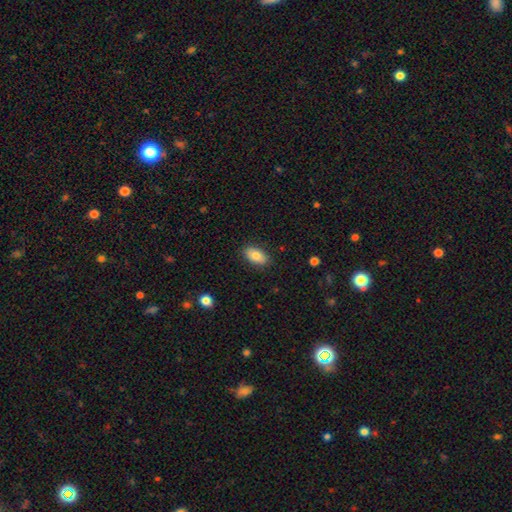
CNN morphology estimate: Smooth or featured? Predicted: smooth (p=0.83). How rounded? Predicted: in between (p=0.92). Merging? Predicted: none (p=0.87).